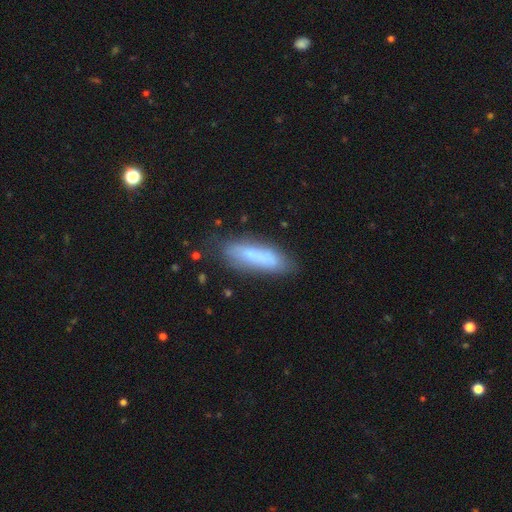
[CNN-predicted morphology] A smooth galaxy with no disk features (64%) that is cigar-shaped (57%).

Vote fractions:
- Smooth or featured? smooth: 64% / featured or disk: 28% / star or artifact: 8%
- How rounded? cigar-shaped: 57% / in between: 42% / round: 2%
- Merging? none: 73% / minor disturbance: 19% / major disturbance: 5% / merger: 4%